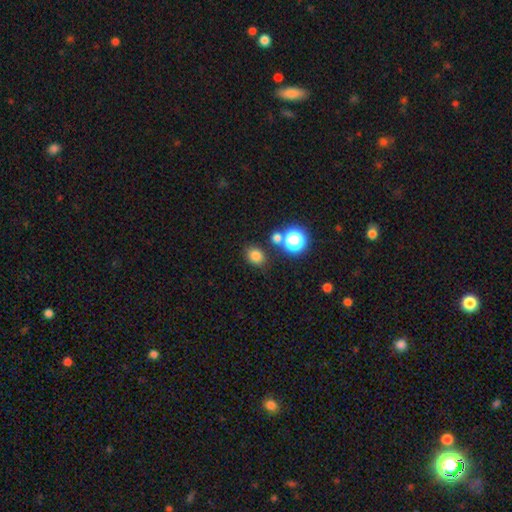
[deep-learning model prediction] Q: Smooth or featured?
A: smooth (79%); runner-up: star or artifact (16%)
Q: How rounded?
A: round (54%); runner-up: in between (45%)
Q: Merging?
A: none (78%); runner-up: minor disturbance (10%)